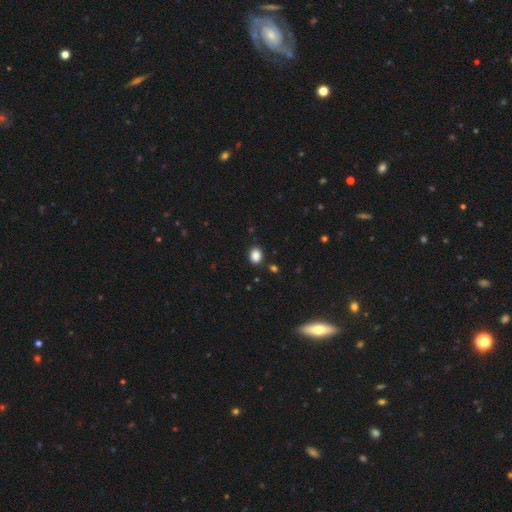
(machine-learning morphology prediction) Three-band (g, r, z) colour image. It shows a smooth galaxy with no disk features (87%) that is in between round and cigar-shaped (61%). Merging: none (87%).